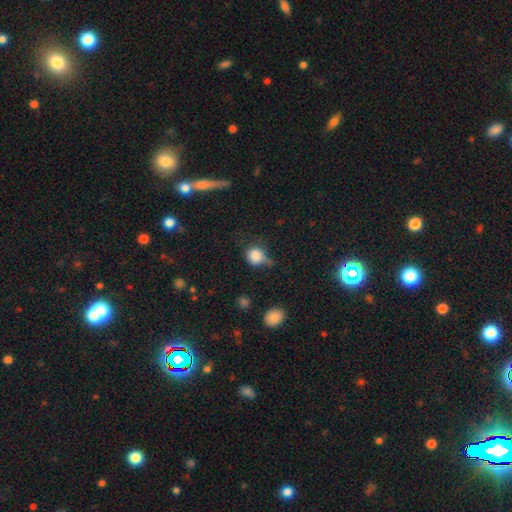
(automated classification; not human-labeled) smooth 82%, star or artifact 11%, featured or disk 7%. Down the decision tree: how rounded — round (80%); merging — none (44%).